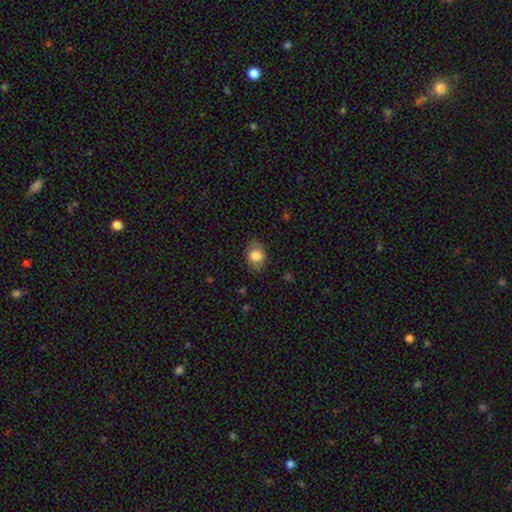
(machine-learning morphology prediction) smooth 79%, featured or disk 13%, star or artifact 8%. Down the decision tree: how rounded — in between (67%); merging — none (79%).